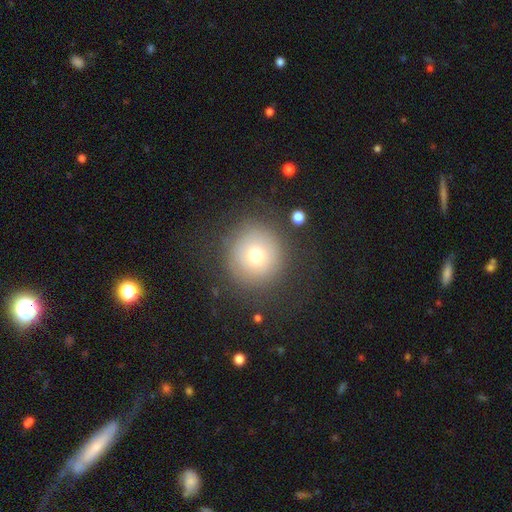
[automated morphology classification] Smooth or featured?
  - smooth: 68% *
  - featured or disk: 19%
  - star or artifact: 13%
How rounded?
  - round: 94% *
  - in between: 5%
  - cigar-shaped: 1%
Merging?
  - none: 82% *
  - minor disturbance: 10%
  - major disturbance: 6%
  - merger: 2%